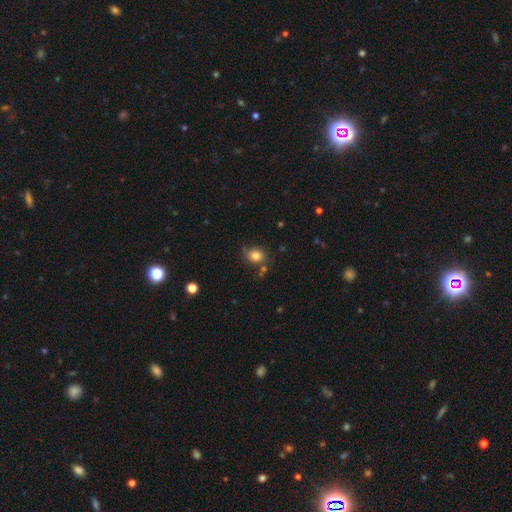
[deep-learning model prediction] This appears to be a smooth galaxy with no disk features (81%) that is round (61%). Merging: none (73%).